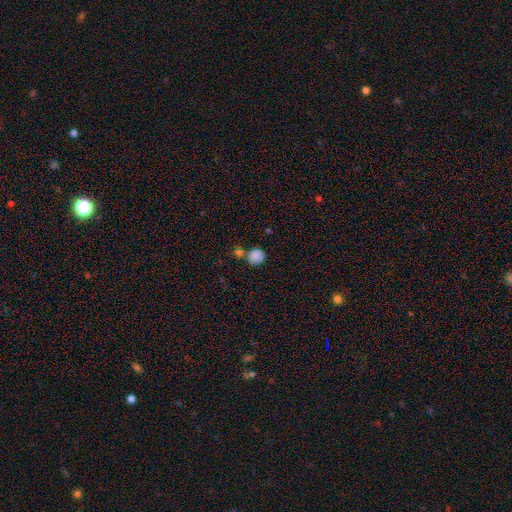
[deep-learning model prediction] Morphology: type=smooth (85%); roundness=round (78%); merging=none (60%).